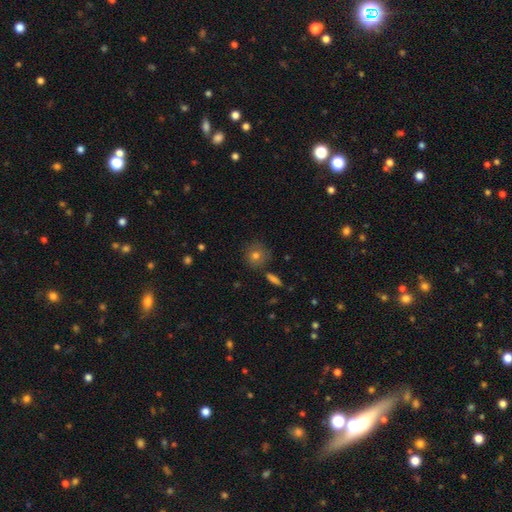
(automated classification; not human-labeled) This is likely a smooth galaxy (76%). How rounded: clearly round (91%). Merging: clearly none (81%).